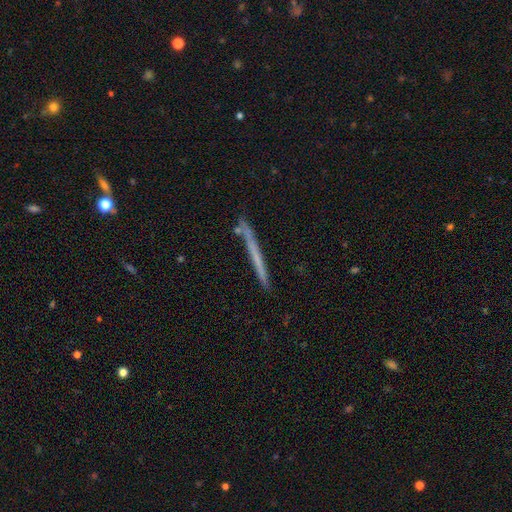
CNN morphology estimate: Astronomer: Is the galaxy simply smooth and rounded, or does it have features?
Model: smooth — 47% (runner-up: featured or disk, 46%).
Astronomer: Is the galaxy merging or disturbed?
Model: none — 85%.